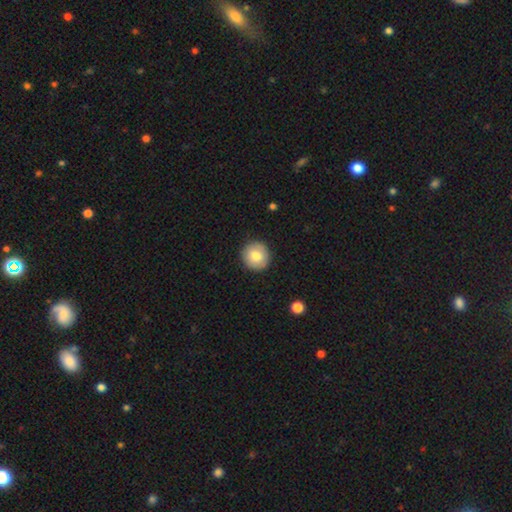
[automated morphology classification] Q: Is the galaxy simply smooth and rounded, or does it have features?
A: smooth — 80%.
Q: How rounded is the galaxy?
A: round — 94%.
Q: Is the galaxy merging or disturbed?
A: none — 91%.